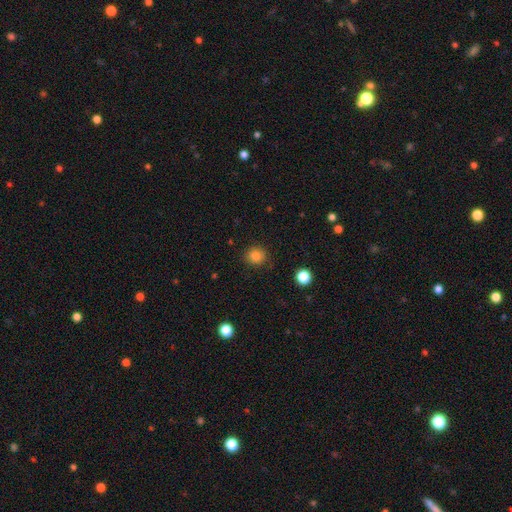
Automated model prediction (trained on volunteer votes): smooth_or_featured: smooth (p=0.84) [alt: star or artifact p=0.12]
how_rounded: round (p=0.84) [alt: in between p=0.15]
merging: none (p=0.85) [alt: minor disturbance p=0.11]